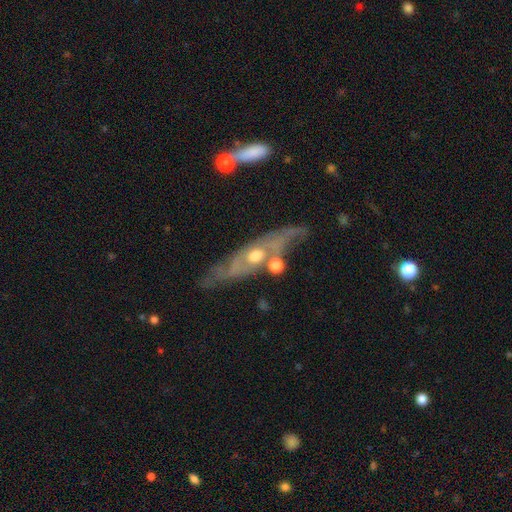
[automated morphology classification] A featured or disk galaxy (76%) with no bar (80%), spiral arms (67%) and a moderate central bulge (67%). Merging: none (60%).